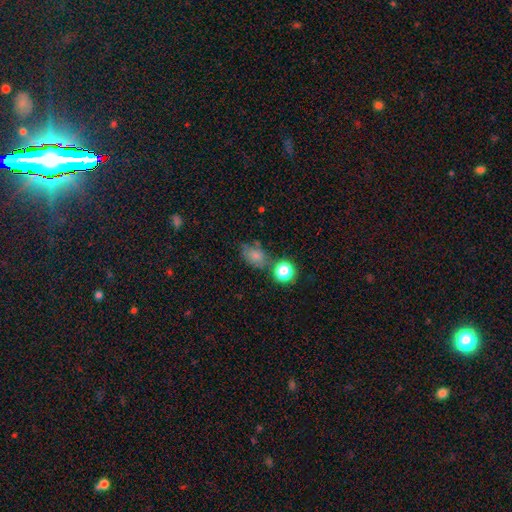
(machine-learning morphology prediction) type=smooth (73%); roundness=in between (72%); merging=none (54%).